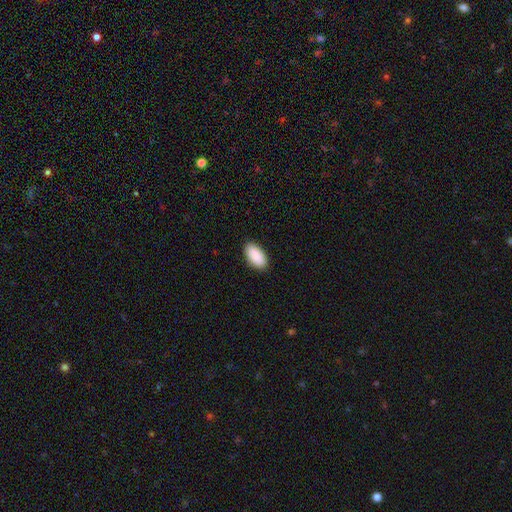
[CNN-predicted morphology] Smooth or featured? Predicted: smooth (p=0.91). How rounded? Predicted: in between (p=0.94). Merging? Predicted: none (p=0.90).